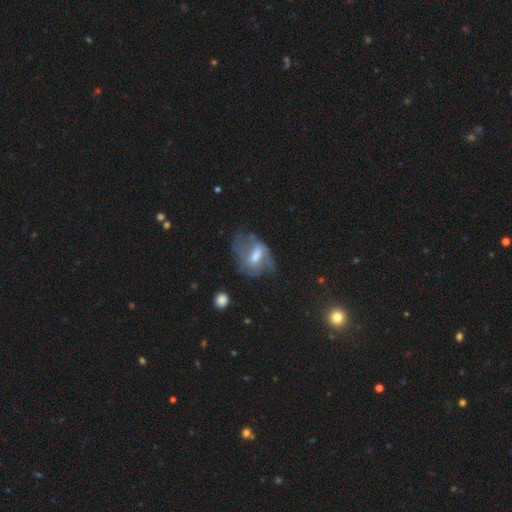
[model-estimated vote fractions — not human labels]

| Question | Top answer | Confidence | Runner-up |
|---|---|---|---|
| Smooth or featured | featured or disk | 51% | smooth (39%) |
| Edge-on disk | no | 94% | yes (6%) |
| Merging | major disturbance | 38% | none (33%) |